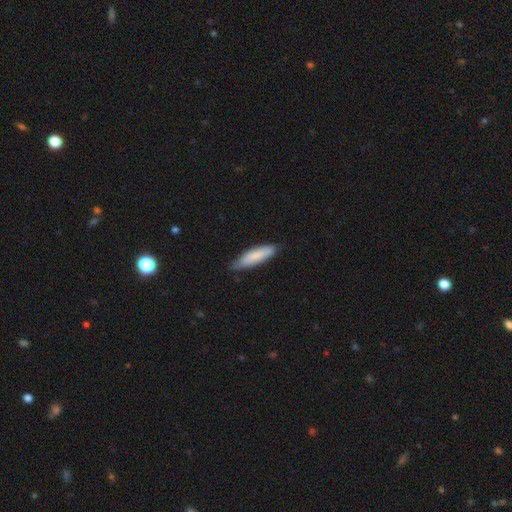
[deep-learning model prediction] Q: Smooth or featured?
A: smooth (81%); runner-up: featured or disk (14%)
Q: How rounded?
A: cigar-shaped (69%); runner-up: in between (29%)
Q: Merging?
A: none (76%); runner-up: minor disturbance (21%)